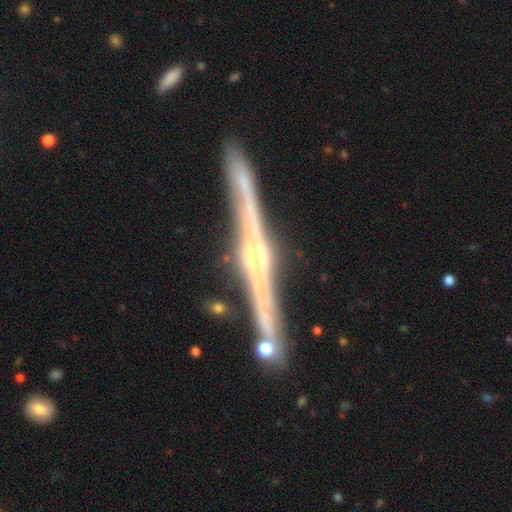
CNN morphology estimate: Smooth or featured: featured or disk — 90% (smooth — 5%)
Edge-on disk: yes — 98% (no — 2%)
Edge-on bulge: rounded — 66% (boxy — 24%)
Merging: none — 83% (minor disturbance — 10%)